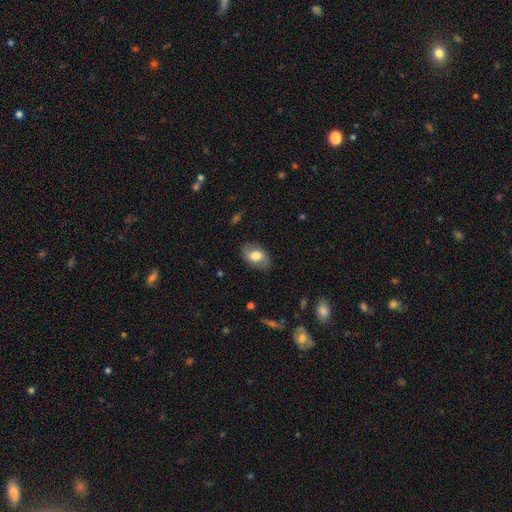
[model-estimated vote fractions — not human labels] Smooth or featured? Predicted: smooth (p=0.66). How rounded? Predicted: in between (p=0.87). Merging? Predicted: none (p=0.81).